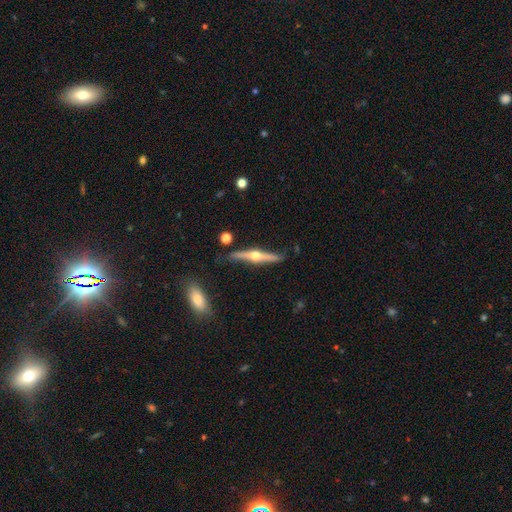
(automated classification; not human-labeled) smooth-or-featured: featured or disk: 79% | smooth: 16% | star or artifact: 5%
  disk-edge-on: yes: 97% | no: 3%
    edge-on-bulge: rounded: 96% | boxy: 2% | none: 2%
  merging: none: 83% | minor disturbance: 12% | major disturbance: 2% | merger: 2%